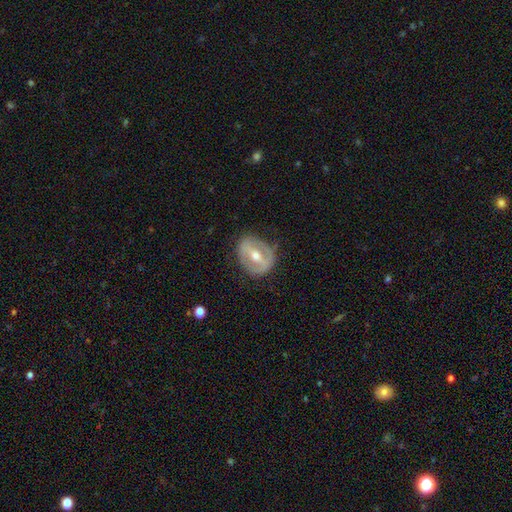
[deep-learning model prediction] Smooth or featured?
  - featured or disk: 68% *
  - smooth: 26%
  - star or artifact: 6%
Edge-on disk?
  - no: 93% *
  - yes: 7%
Bar?
  - strong: 53% *
  - weak: 31%
  - no: 16%
Spiral arms?
  - no: 66% *
  - yes: 34%
Bulge size?
  - moderate: 65% *
  - small: 31%
  - large: 2%
  - none: 1%
  - dominant: 1%
Merging?
  - none: 75% *
  - minor disturbance: 17%
  - major disturbance: 7%
  - merger: 1%